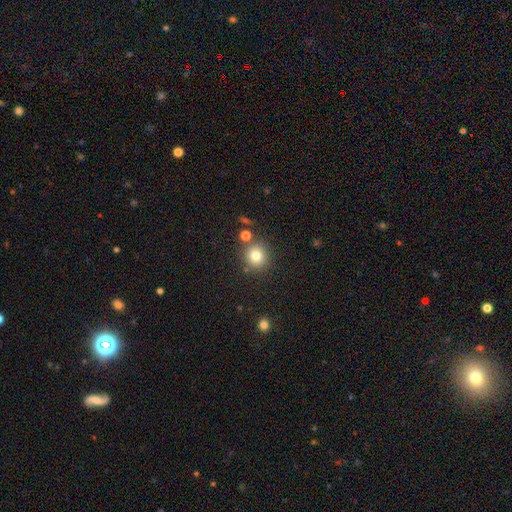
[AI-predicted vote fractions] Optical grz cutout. It shows a smooth galaxy with no disk features (79%) that is round (91%). Merging: none (81%).